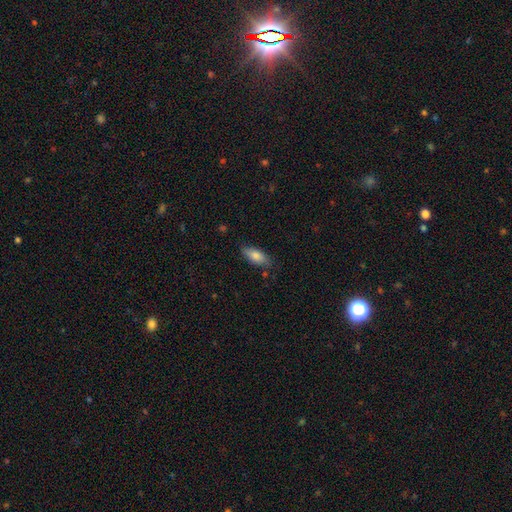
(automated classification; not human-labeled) A smooth galaxy with no disk features (80%) that is in between round and cigar-shaped (80%). Merging: none (78%).